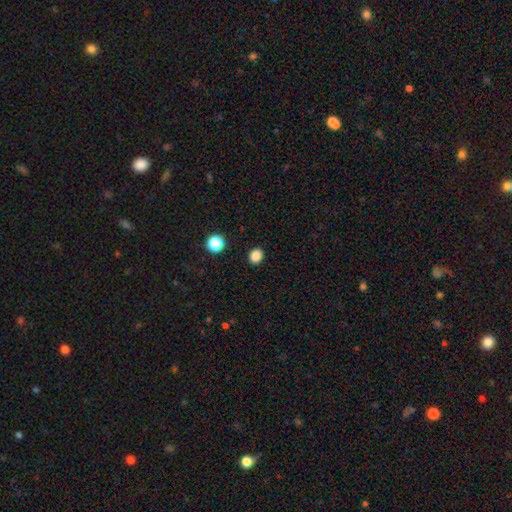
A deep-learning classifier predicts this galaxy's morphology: A smooth galaxy with no disk features (85%) that is round (60%). Merging: none (91%).